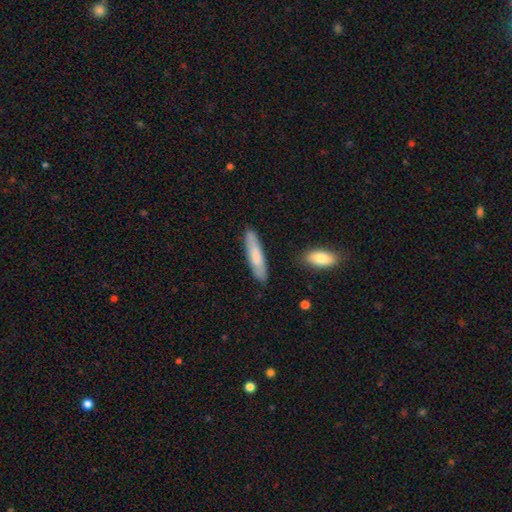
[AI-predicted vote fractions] Smooth or featured?
  - smooth: 71% *
  - featured or disk: 23%
  - star or artifact: 6%
How rounded?
  - cigar-shaped: 80% *
  - in between: 19%
  - round: 1%
Merging?
  - none: 83% *
  - minor disturbance: 12%
  - merger: 2%
  - major disturbance: 2%